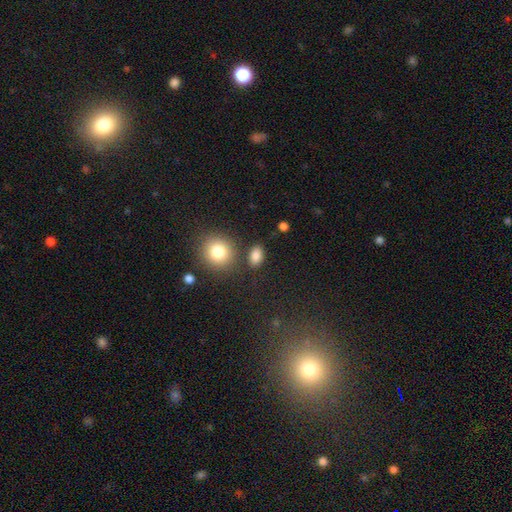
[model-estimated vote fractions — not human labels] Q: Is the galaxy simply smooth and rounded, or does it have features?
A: smooth — 85%.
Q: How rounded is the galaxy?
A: in between — 80%.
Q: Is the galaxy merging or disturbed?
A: none — 80%.